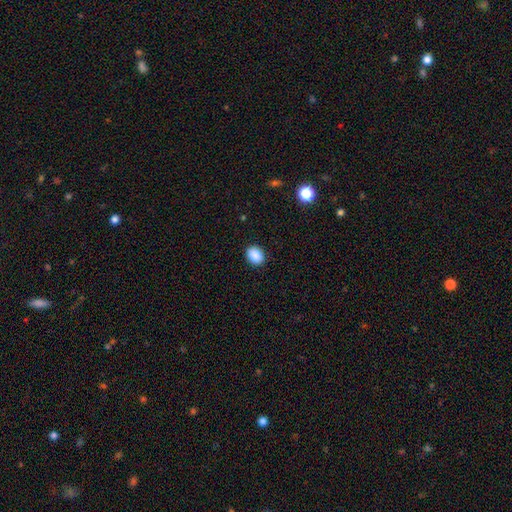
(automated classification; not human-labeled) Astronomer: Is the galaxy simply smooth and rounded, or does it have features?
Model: smooth — 88%.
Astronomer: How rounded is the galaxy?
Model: in between — 58% (runner-up: round, 41%).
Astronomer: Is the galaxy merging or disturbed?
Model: none — 90%.